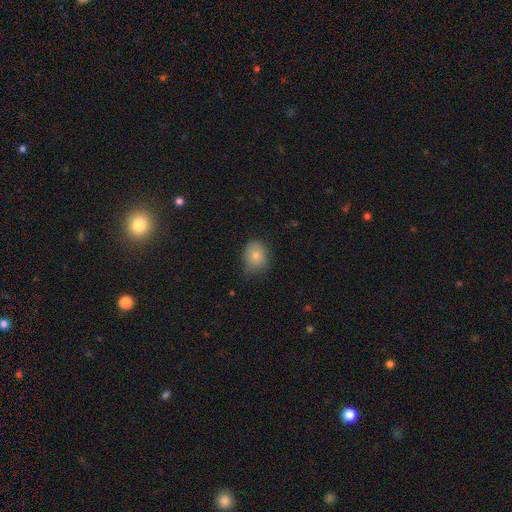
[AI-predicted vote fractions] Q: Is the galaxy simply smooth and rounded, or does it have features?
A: smooth — 80%.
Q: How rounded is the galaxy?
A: in between — 51%.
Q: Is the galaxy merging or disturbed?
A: none — 58%.